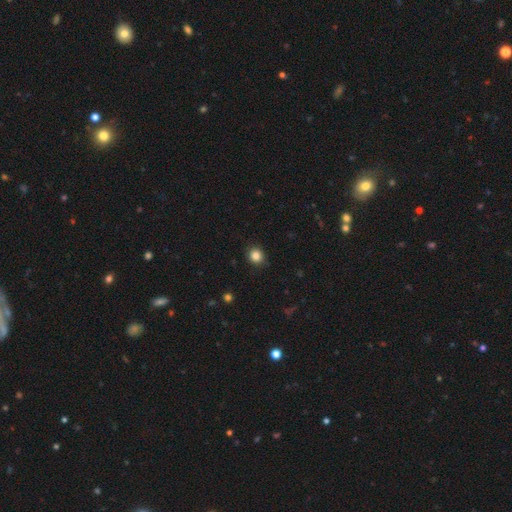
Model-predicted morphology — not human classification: Smooth or featured? smooth (85%)
How rounded? round (86%)
Merging? none (89%)